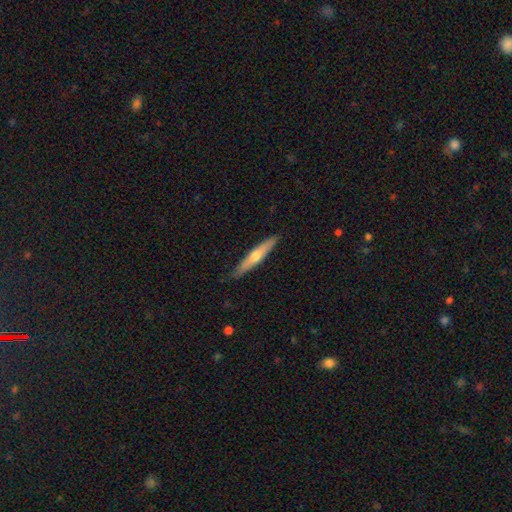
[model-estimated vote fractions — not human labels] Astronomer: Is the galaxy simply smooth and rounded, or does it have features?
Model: featured or disk — 48% (runner-up: smooth, 46%).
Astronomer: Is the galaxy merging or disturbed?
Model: none — 88%.